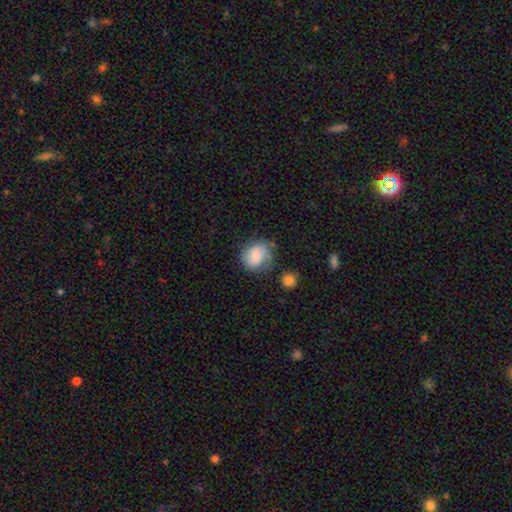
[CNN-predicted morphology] Smooth or featured?
  - smooth: 65% *
  - featured or disk: 26%
  - star or artifact: 8%
How rounded?
  - round: 67% *
  - in between: 32%
  - cigar-shaped: 1%
Merging?
  - none: 60% *
  - minor disturbance: 25%
  - major disturbance: 9%
  - merger: 6%